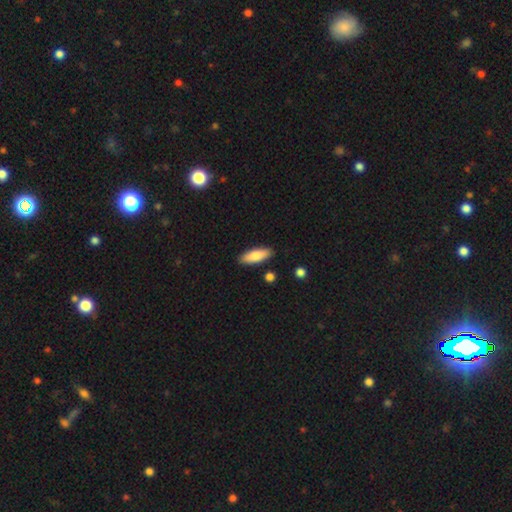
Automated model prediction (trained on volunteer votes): This appears to be a smooth galaxy with no disk features (82%) that is in between round and cigar-shaped (61%). Merging: none (87%).